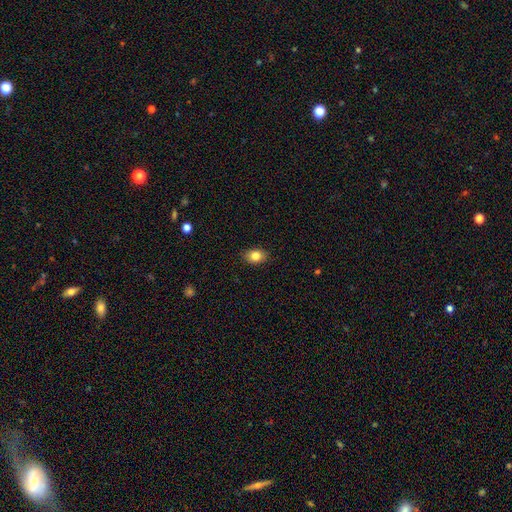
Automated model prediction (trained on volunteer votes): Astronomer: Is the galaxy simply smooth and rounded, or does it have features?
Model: smooth — 83%.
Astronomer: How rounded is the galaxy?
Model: in between — 73%.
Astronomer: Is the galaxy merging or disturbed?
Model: none — 88%.